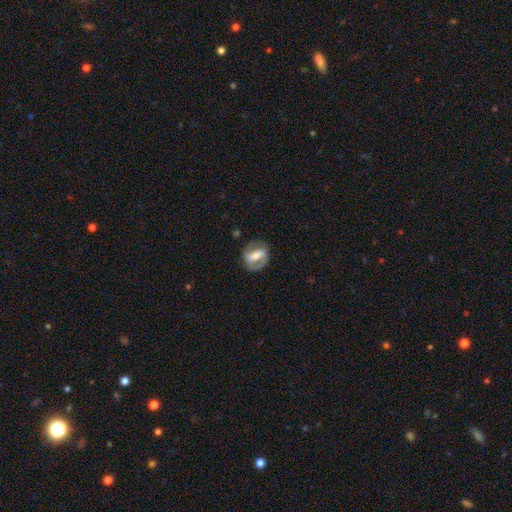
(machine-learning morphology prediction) Smooth or featured? Predicted: featured or disk (p=0.72). Edge-on disk? Predicted: no (p=0.95). Bar? Predicted: strong (p=0.61). Spiral arms? Predicted: yes (p=0.75). Spiral winding? Predicted: medium (p=0.45). Spiral arm count? Predicted: 2 (p=0.84). Bulge size? Predicted: moderate (p=0.56). Merging? Predicted: none (p=0.77).